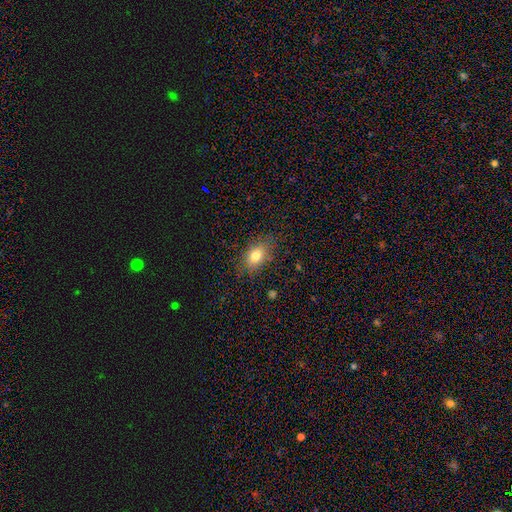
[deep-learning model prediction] A smooth galaxy with no disk features (78%) that is in between round and cigar-shaped (80%).

Vote fractions:
- Smooth or featured? smooth: 78% / featured or disk: 11% / star or artifact: 11%
- How rounded? in between: 80% / round: 17% / cigar-shaped: 3%
- Merging? none: 81% / minor disturbance: 14% / major disturbance: 4% / merger: 1%